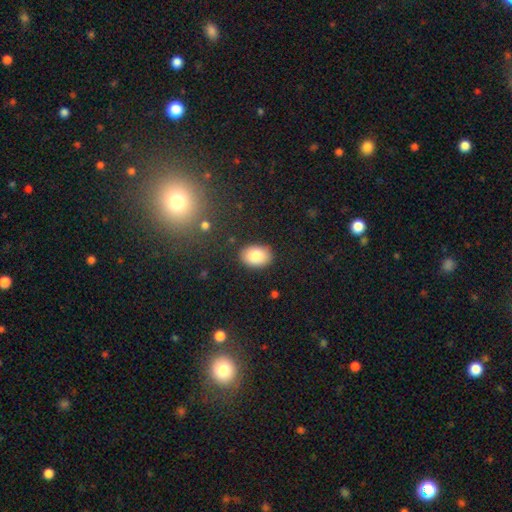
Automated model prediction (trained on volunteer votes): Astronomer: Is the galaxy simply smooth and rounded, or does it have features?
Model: smooth — 85%.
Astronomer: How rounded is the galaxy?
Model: in between — 79%.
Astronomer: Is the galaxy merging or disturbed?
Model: none — 86%.